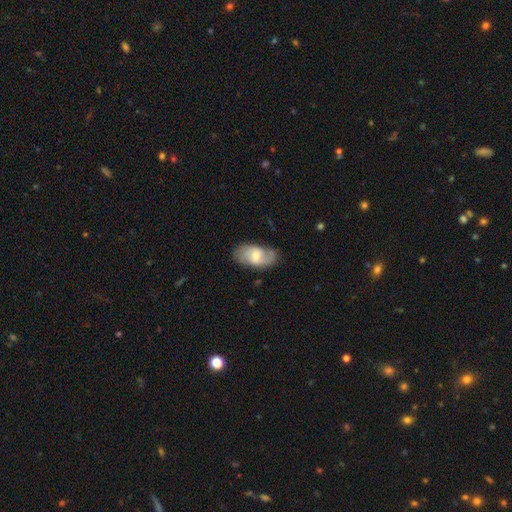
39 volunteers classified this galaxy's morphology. Smooth or featured? 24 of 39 (62%) said featured or disk. Edge-on disk? 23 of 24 (96%) said no. Bar? 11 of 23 (48%) said weak. Spiral arms? 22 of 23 (96%) said yes. Spiral winding? 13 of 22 (59%) said medium. Spiral arm count? 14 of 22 (64%) said 2. Bulge size? 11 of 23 (48%) said moderate. Merging? 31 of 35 (89%) said none.